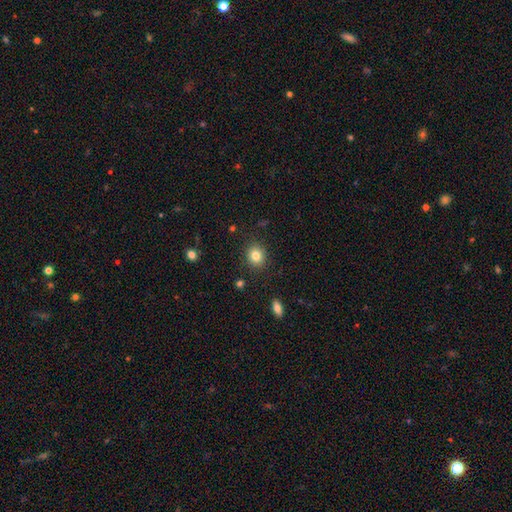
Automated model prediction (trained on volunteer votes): smooth-or-featured: smooth: 82% | star or artifact: 11% | featured or disk: 7%
  how-rounded: round: 76% | in between: 23% | cigar-shaped: 1%
  merging: none: 89% | minor disturbance: 7% | major disturbance: 2% | merger: 1%